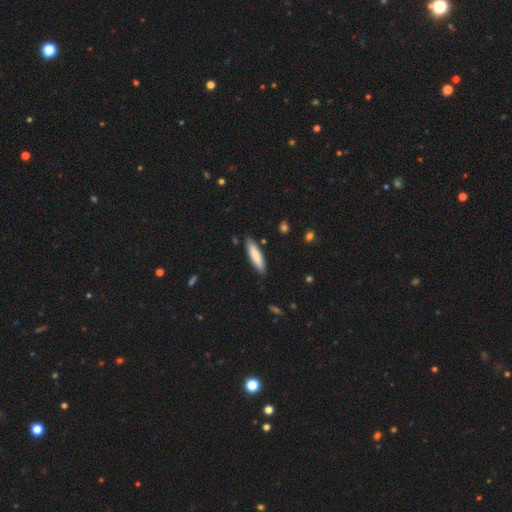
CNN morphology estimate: Q: Smooth or featured?
A: smooth (79%); runner-up: featured or disk (16%)
Q: How rounded?
A: cigar-shaped (71%); runner-up: in between (27%)
Q: Merging?
A: none (86%); runner-up: minor disturbance (10%)